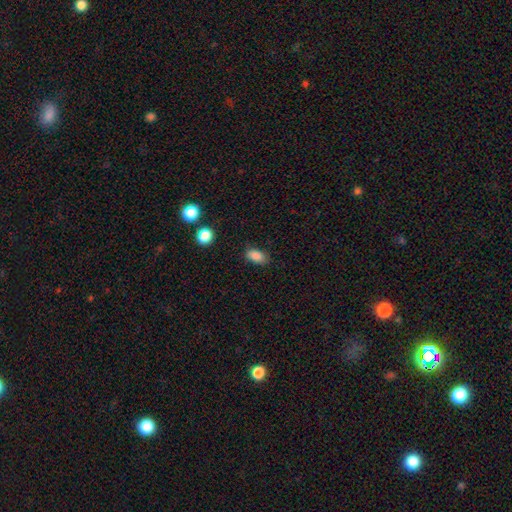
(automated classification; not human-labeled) The model was most divided on "merging": none: 82%, minor disturbance: 13%, major disturbance: 3%, merger: 2%. More confident: how rounded — in between (89%); smooth or featured — smooth (86%).